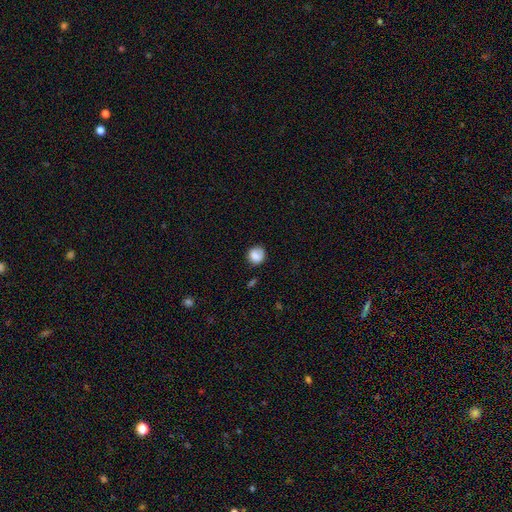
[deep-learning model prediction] Smooth or featured: smooth — 81% (featured or disk — 11%)
How rounded: round — 85% (in between — 14%)
Merging: none — 72% (minor disturbance — 19%)